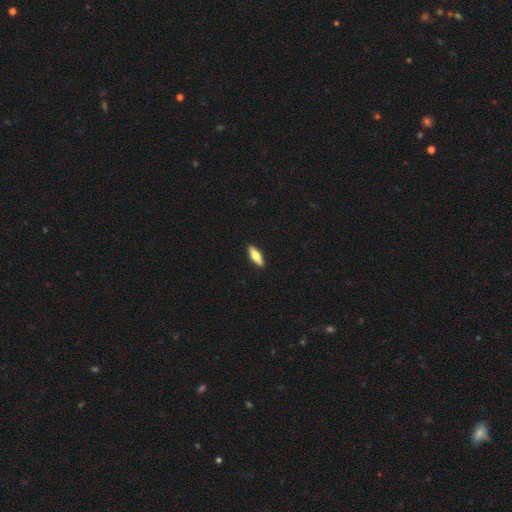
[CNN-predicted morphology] Q: Smooth or featured?
A: smooth (60%); runner-up: featured or disk (34%)
Q: How rounded?
A: cigar-shaped (55%); runner-up: in between (43%)
Q: Merging?
A: none (91%); runner-up: minor disturbance (7%)